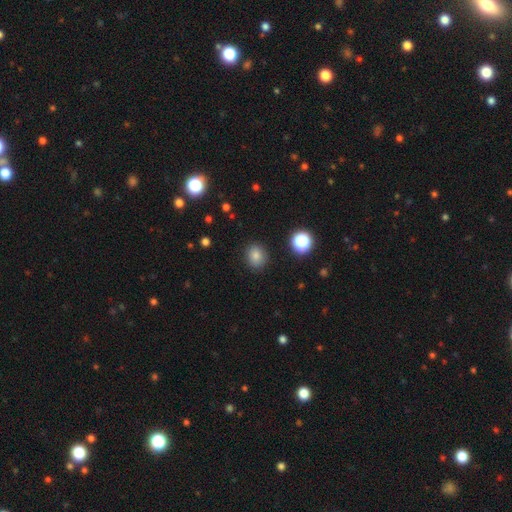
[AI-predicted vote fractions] A smooth galaxy with no disk features (81%) that is round (67%). Merging: none (88%).